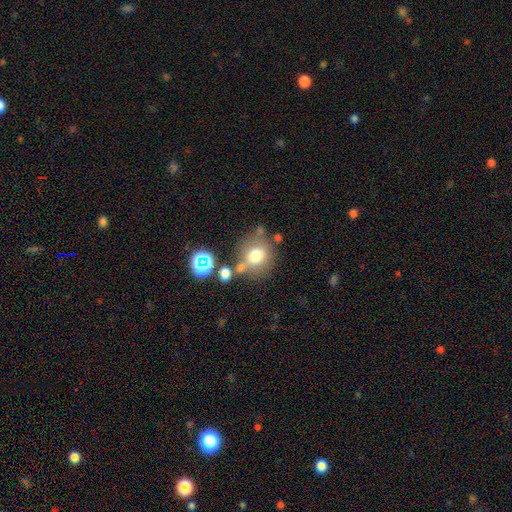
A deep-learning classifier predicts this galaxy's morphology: Smooth or featured? Predicted: smooth (p=0.71). How rounded? Predicted: round (p=0.81). Merging? Predicted: none (p=0.60).